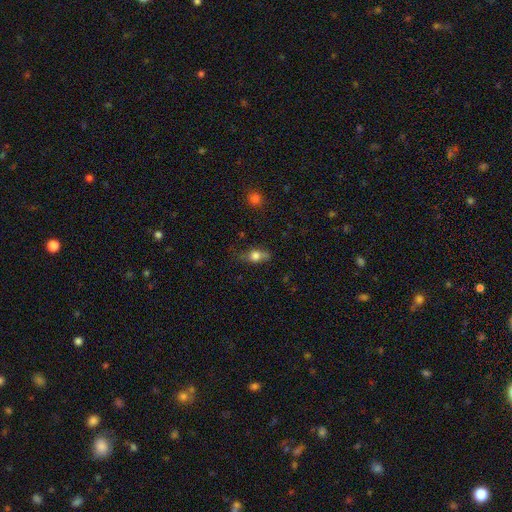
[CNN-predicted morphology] This appears to be a smooth galaxy with no disk features (65%) that is in between round and cigar-shaped (64%). Merging: none (62%).